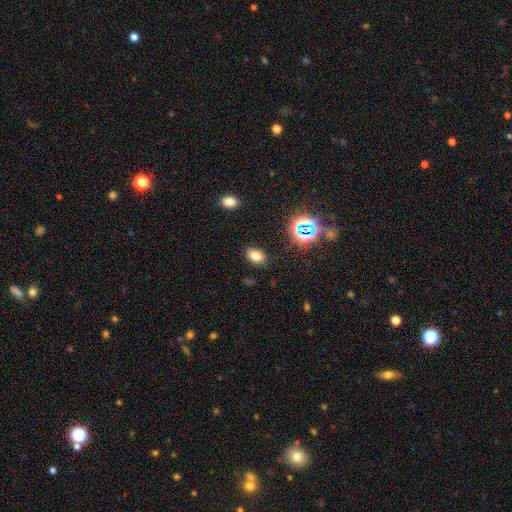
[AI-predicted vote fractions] smooth_or_featured: smooth (p=0.74) [alt: star or artifact p=0.18]
how_rounded: in between (p=0.78) [alt: round p=0.21]
merging: none (p=0.86) [alt: minor disturbance p=0.09]